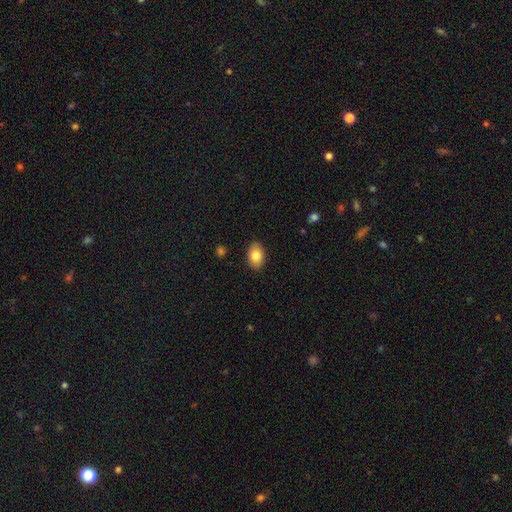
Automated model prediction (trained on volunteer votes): smooth-or-featured: smooth: 82% | featured or disk: 10% | star or artifact: 7%
  how-rounded: in between: 86% | round: 12% | cigar-shaped: 1%
  merging: none: 88% | minor disturbance: 9% | major disturbance: 2% | merger: 1%